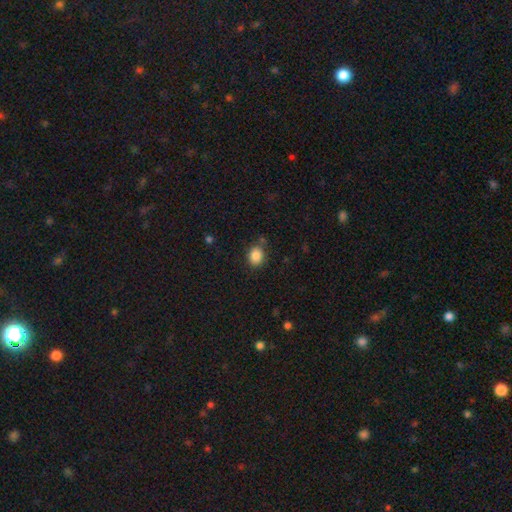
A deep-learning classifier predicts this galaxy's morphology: Smooth or featured? smooth (86%)
How rounded? round (55%)
Merging? none (79%)